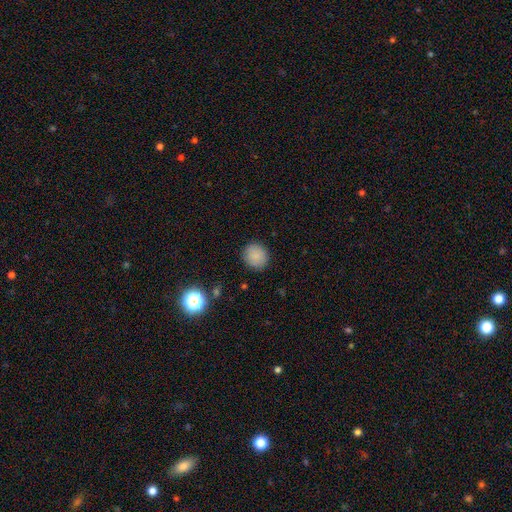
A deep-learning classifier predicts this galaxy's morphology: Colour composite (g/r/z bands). It shows a smooth galaxy with no disk features (86%) that is round (84%). Merging: none (89%).